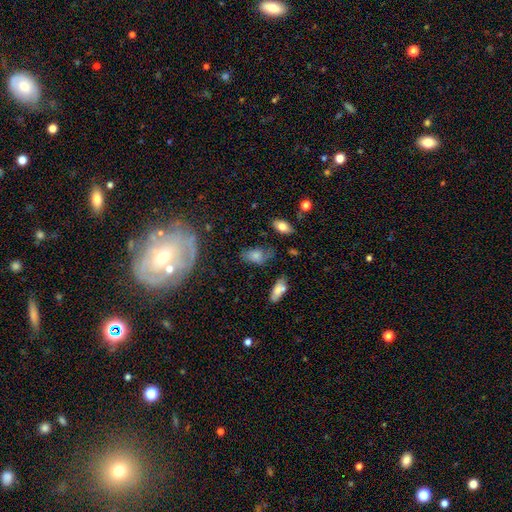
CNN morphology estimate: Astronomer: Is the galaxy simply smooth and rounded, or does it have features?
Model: smooth — 67%.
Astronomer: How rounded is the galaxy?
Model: in between — 87%.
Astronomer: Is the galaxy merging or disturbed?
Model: none — 55%.